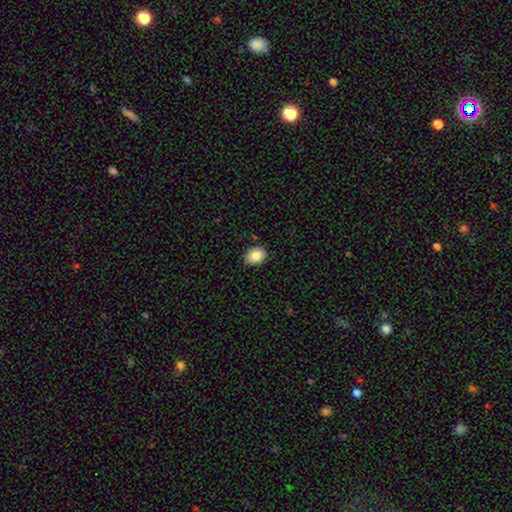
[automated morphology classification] smooth_or_featured: smooth (p=0.85) [alt: star or artifact p=0.08]
how_rounded: in between (p=0.56) [alt: round p=0.43]
merging: none (p=0.87) [alt: minor disturbance p=0.10]